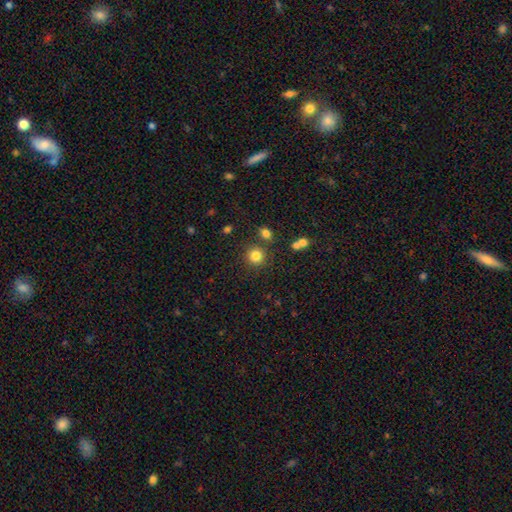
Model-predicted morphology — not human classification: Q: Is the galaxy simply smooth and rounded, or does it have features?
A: smooth — 82%.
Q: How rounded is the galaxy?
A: round — 92%.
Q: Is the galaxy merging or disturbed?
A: none — 82%.